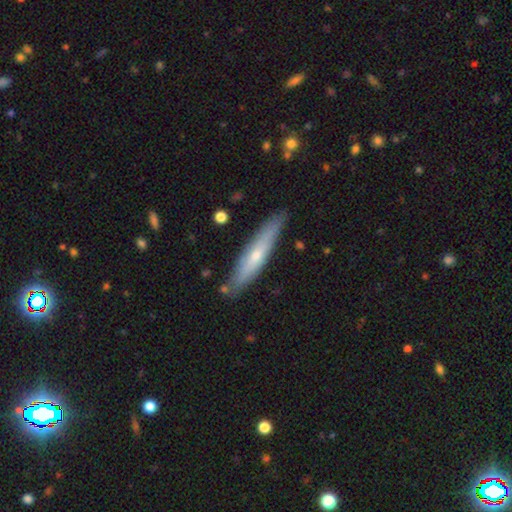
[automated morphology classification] Q: Smooth or featured?
A: smooth (50%); runner-up: featured or disk (44%)
Q: How rounded?
A: cigar-shaped (87%); runner-up: in between (11%)
Q: Merging?
A: none (83%); runner-up: minor disturbance (12%)